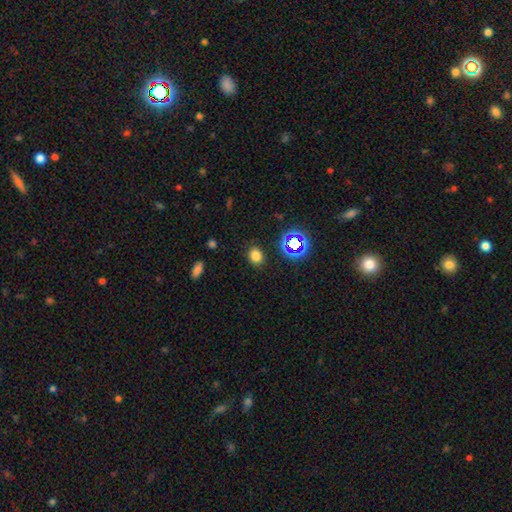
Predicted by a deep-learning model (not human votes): Smooth or featured: smooth — 75% (star or artifact — 19%)
How rounded: round — 57% (in between — 42%)
Merging: none — 86% (minor disturbance — 9%)